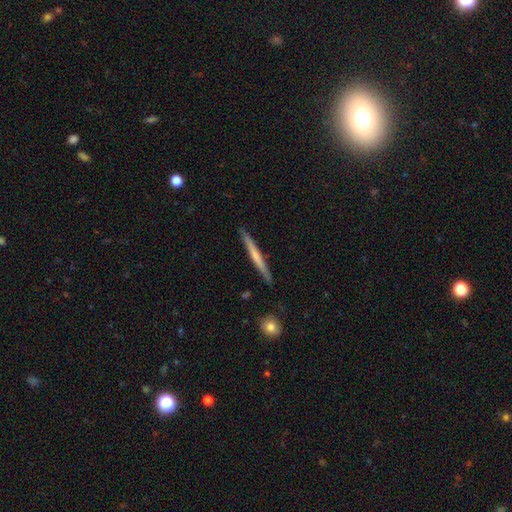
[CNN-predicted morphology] Overall: smooth (50%; featured or disk 45%). How rounded: cigar-shaped (97%). Merging: none (90%).